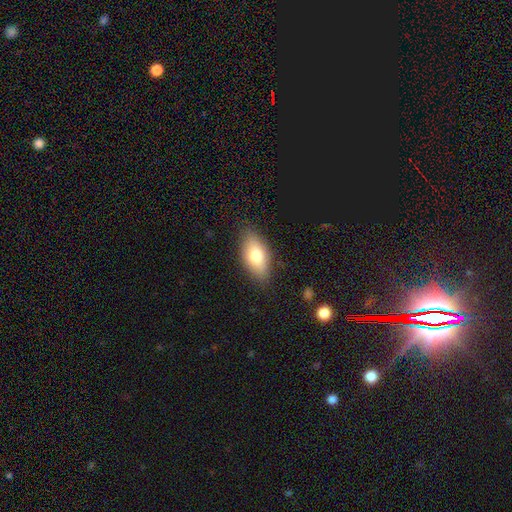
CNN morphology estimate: smooth-or-featured: smooth: 76% | featured or disk: 17% | star or artifact: 7%
  how-rounded: in between: 88% | cigar-shaped: 8% | round: 4%
  merging: none: 83% | minor disturbance: 13% | major disturbance: 3% | merger: 1%